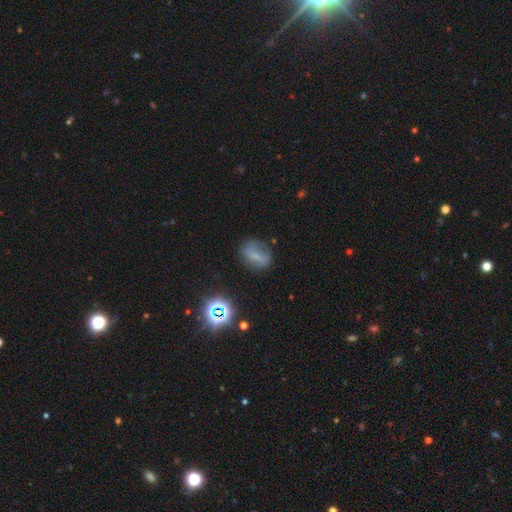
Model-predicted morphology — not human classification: Q: Smooth or featured?
A: smooth (49%); runner-up: featured or disk (30%)
Q: Merging?
A: none (69%); runner-up: minor disturbance (19%)